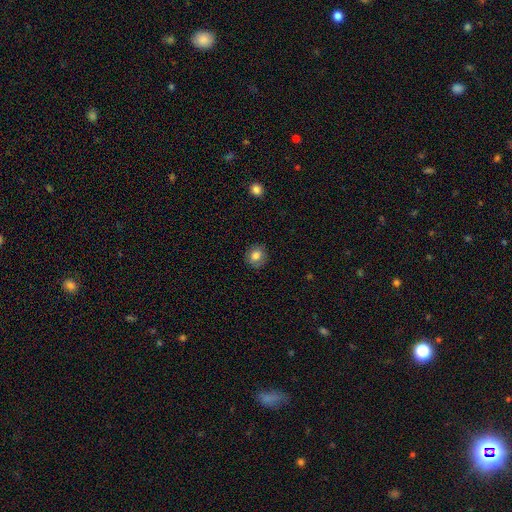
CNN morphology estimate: A smooth galaxy with no disk features (83%) that is round (83%). Merging: none (87%).